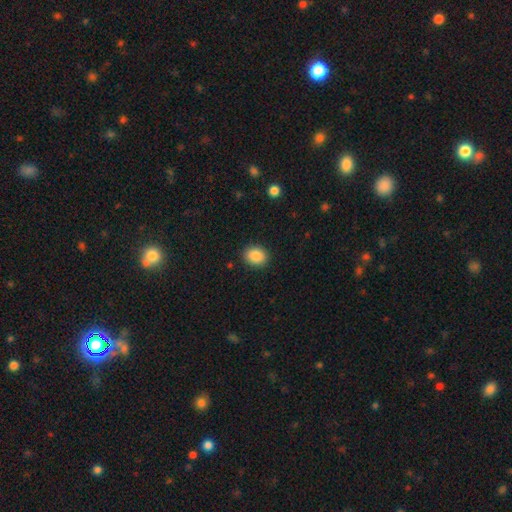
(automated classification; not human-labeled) Smooth or featured: smooth — 88% (star or artifact — 8%)
How rounded: round — 52% (in between — 47%)
Merging: none — 90% (minor disturbance — 7%)